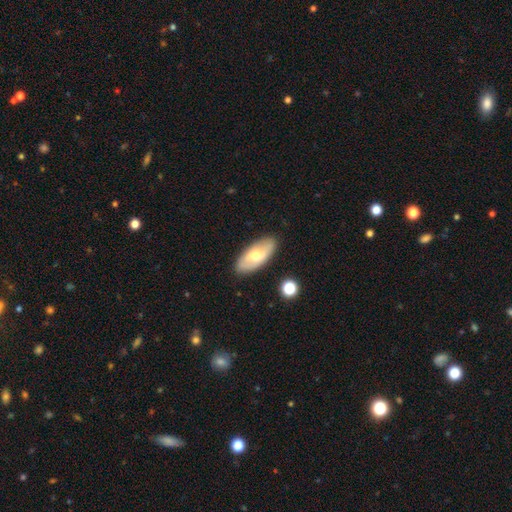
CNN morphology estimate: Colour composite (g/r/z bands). It shows a smooth galaxy with no disk features (53%) that is in between round and cigar-shaped (89%). Merging: none (85%).